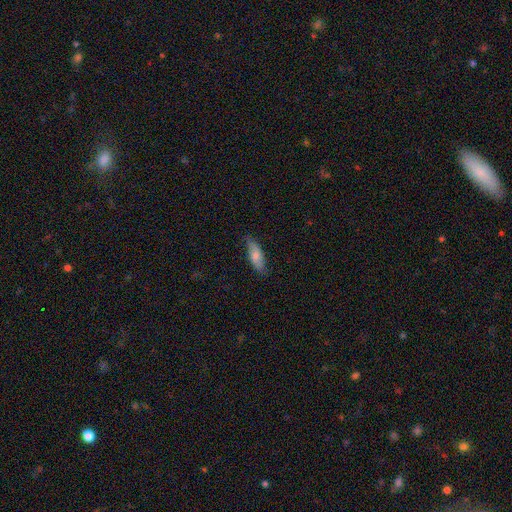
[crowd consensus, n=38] Smooth or featured? smooth (68%)
How rounded? in between (58%)
Merging? none (86%)